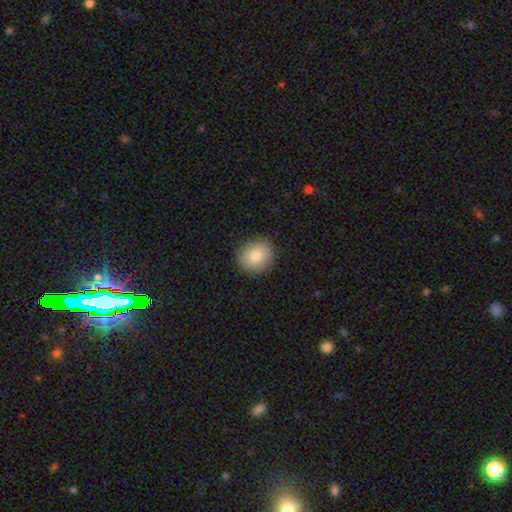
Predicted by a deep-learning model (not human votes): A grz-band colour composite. It shows a smooth galaxy with no disk features (82%) that is round (80%). Merging: none (89%).